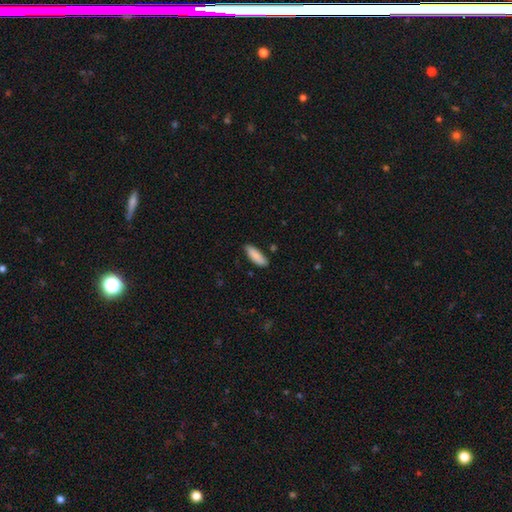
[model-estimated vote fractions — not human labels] A smooth galaxy with no disk features (88%) that is in between round and cigar-shaped (63%). Merging: none (82%).